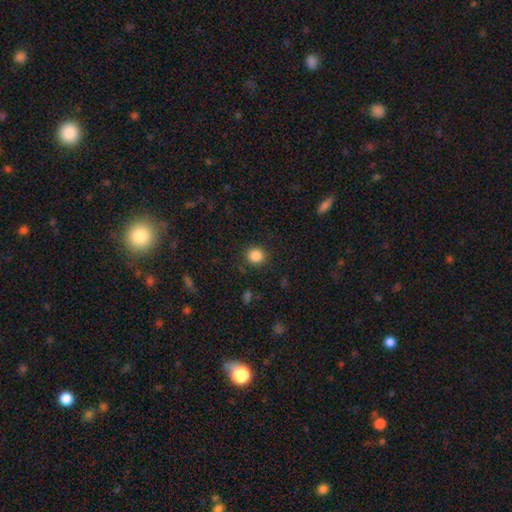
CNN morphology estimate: A smooth galaxy with no disk features (86%) that is round (88%).

Vote fractions:
- Smooth or featured? smooth: 86% / star or artifact: 10% / featured or disk: 4%
- How rounded? round: 88% / in between: 11% / cigar-shaped: 1%
- Merging? none: 89% / minor disturbance: 7% / major disturbance: 3% / merger: 1%